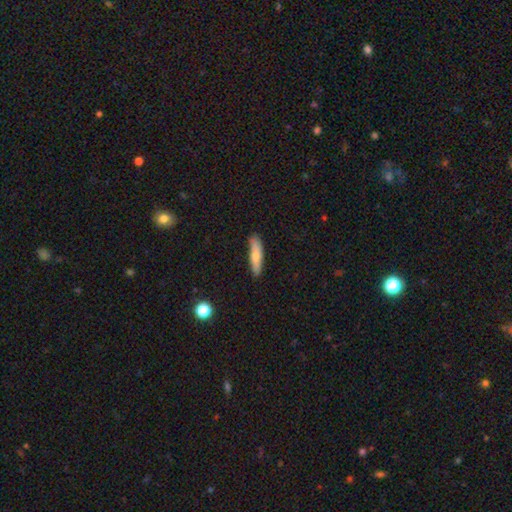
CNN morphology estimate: smooth-or-featured: smooth: 71% | featured or disk: 23% | star or artifact: 6%
  how-rounded: cigar-shaped: 76% | in between: 23% | round: 2%
  merging: none: 85% | minor disturbance: 12% | major disturbance: 2% | merger: 1%